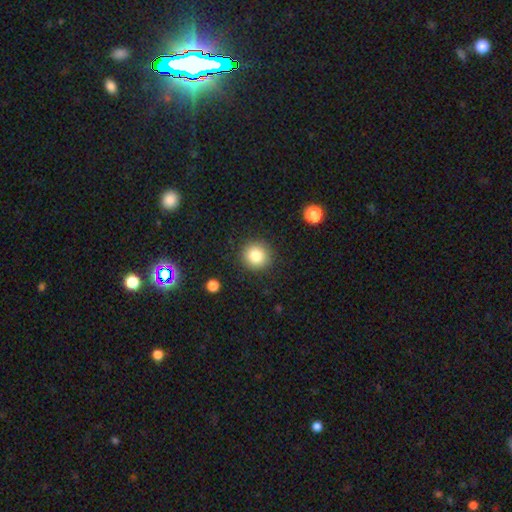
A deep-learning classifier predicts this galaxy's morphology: type=smooth (83%); roundness=round (92%); merging=none (89%).